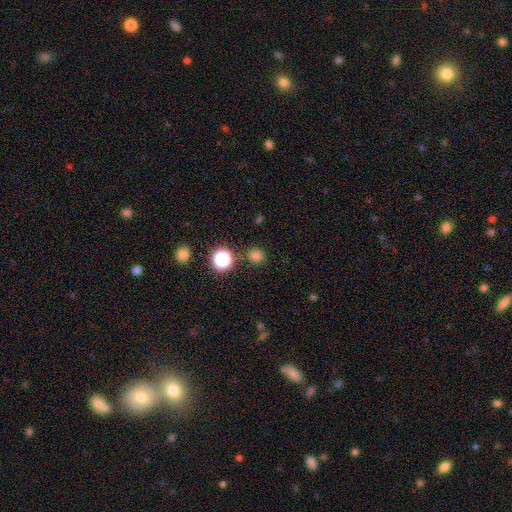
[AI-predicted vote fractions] Morphology: type=smooth (75%); roundness=round (92%); merging=none (87%).